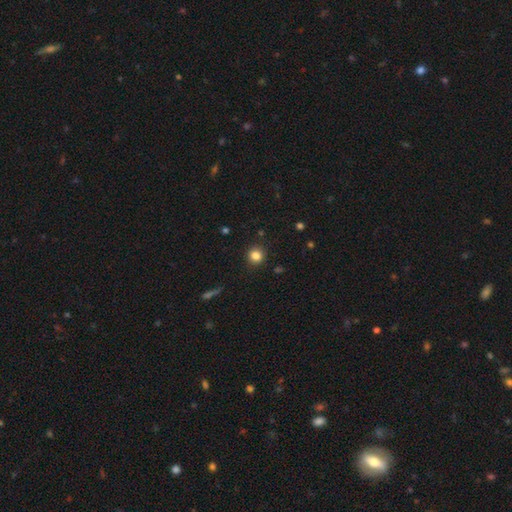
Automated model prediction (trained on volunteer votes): Smooth or featured: smooth — 82% (star or artifact — 12%)
How rounded: round — 92% (in between — 7%)
Merging: none — 91% (minor disturbance — 6%)